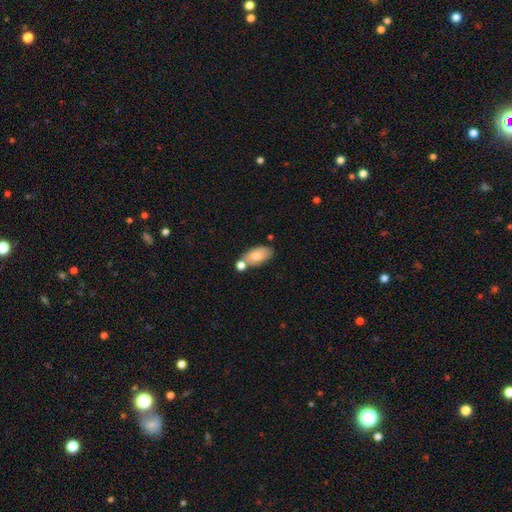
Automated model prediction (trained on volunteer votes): smooth 68%, featured or disk 25%, star or artifact 7%. Down the decision tree: how rounded — in between (92%); merging — none (52%).